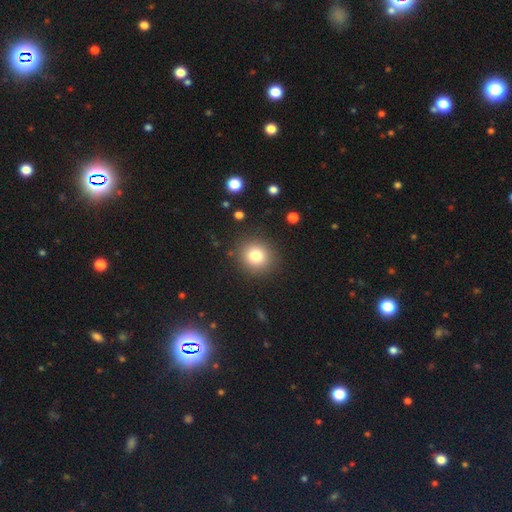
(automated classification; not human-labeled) smooth_or_featured: smooth (p=0.79) [alt: star or artifact p=0.12]
how_rounded: round (p=0.89) [alt: in between p=0.10]
merging: none (p=0.89) [alt: minor disturbance p=0.07]